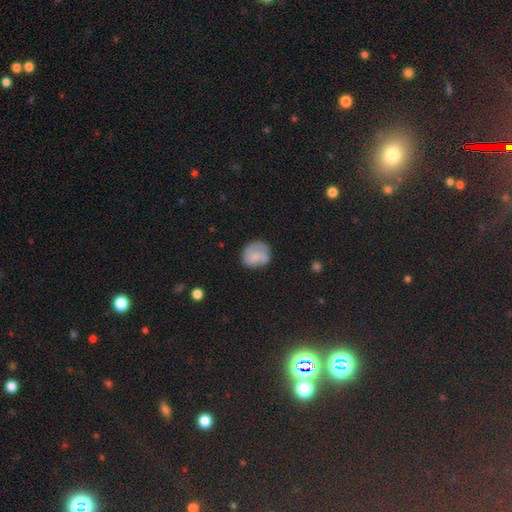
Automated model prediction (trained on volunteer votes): A smooth galaxy with no disk features (69%) that is round (72%).

Vote fractions:
- Smooth or featured? smooth: 69% / featured or disk: 23% / star or artifact: 8%
- How rounded? round: 72% / in between: 27% / cigar-shaped: 1%
- Merging? none: 62% / minor disturbance: 25% / major disturbance: 11% / merger: 2%